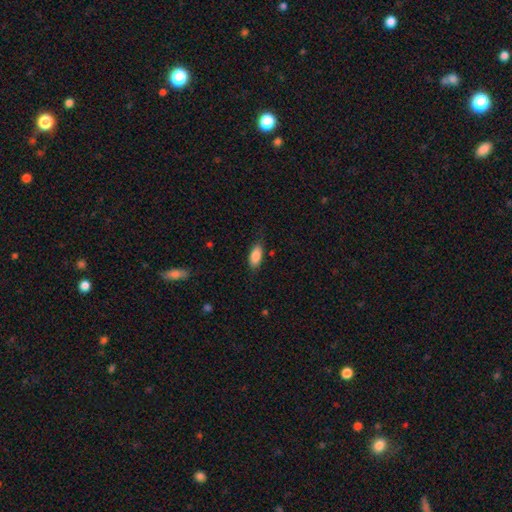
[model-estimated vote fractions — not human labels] smooth-or-featured: smooth: 85% | featured or disk: 8% | star or artifact: 7%
  how-rounded: in between: 87% | cigar-shaped: 11% | round: 2%
  merging: none: 79% | minor disturbance: 16% | major disturbance: 4% | merger: 1%